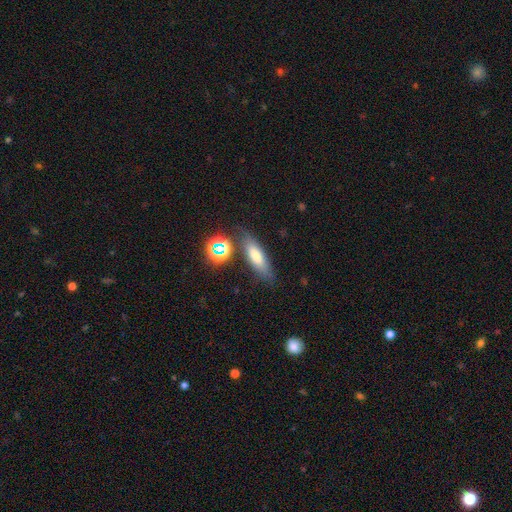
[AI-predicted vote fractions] Smooth or featured: smooth — 68% (featured or disk — 19%)
How rounded: cigar-shaped — 51% (in between — 44%)
Merging: none — 77% (minor disturbance — 13%)